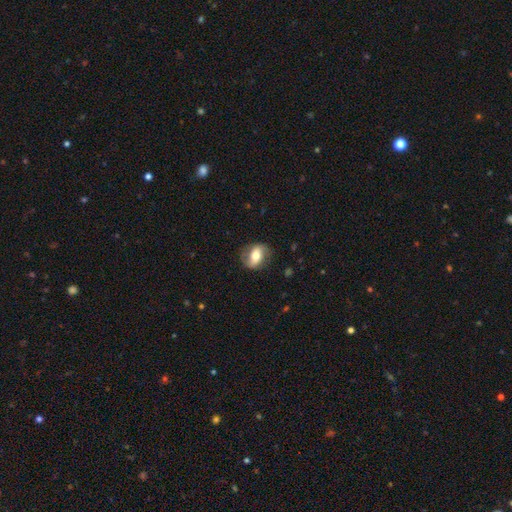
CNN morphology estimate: type=featured or disk (56%); edge-on=no (92%); bar=strong (38%); spiral arms=yes (74%); bulge=moderate (64%); merging=none (77%).